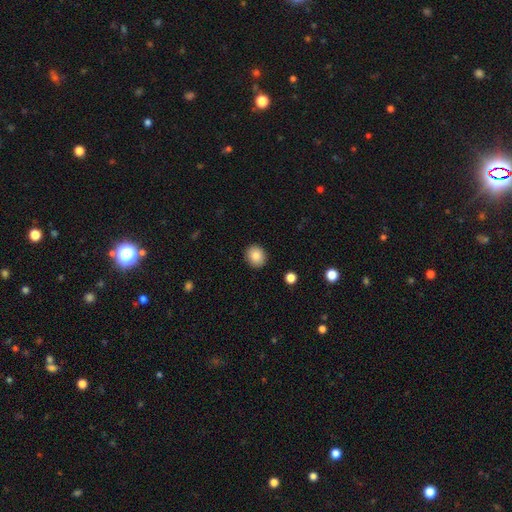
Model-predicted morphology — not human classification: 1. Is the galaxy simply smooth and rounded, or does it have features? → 85% smooth, 9% star or artifact, 6% featured or disk.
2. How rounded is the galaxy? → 75% round, 25% in between, 1% cigar-shaped.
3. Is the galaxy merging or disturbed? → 91% none, 6% minor disturbance, 2% major disturbance, 1% merger.